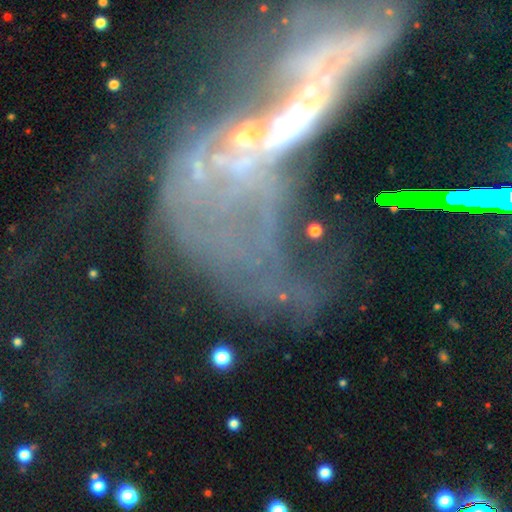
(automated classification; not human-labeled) Overall: featured or disk (61%; star or artifact 24%). Edge-on disk: no (85%). Bar: no (74%). Spiral arms: no (68%; yes 32%). Bulge size: none (40%; small 30%). Merging: merger (43%; major disturbance 36%).